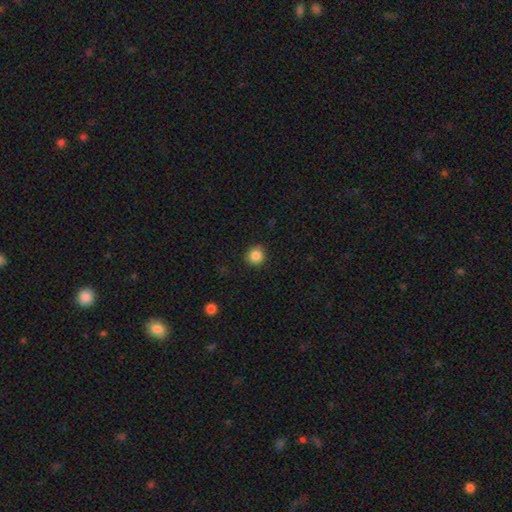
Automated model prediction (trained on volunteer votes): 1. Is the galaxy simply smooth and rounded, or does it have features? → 86% smooth, 10% star or artifact, 4% featured or disk.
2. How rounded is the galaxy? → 91% round, 8% in between, 1% cigar-shaped.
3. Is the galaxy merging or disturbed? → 90% none, 7% minor disturbance, 2% major disturbance, 1% merger.